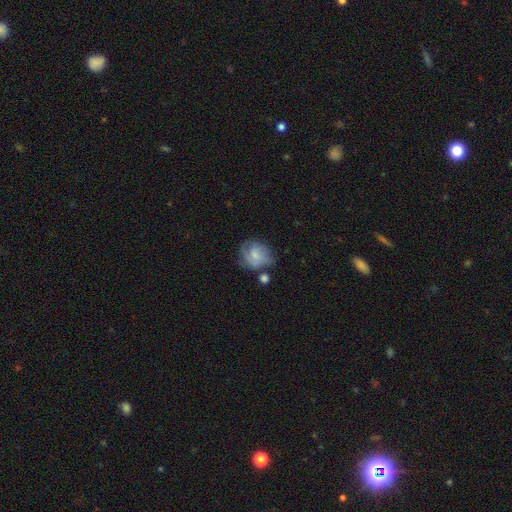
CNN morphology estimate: The model was most divided on "smooth or featured": smooth: 54%, featured or disk: 38%, star or artifact: 8%. Remaining: how rounded — round (70%); merging — none (49%).